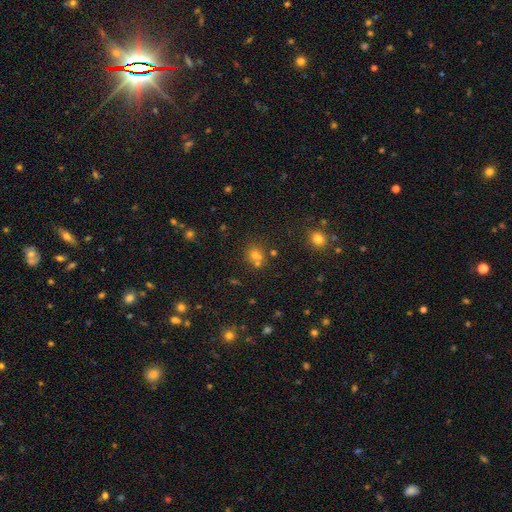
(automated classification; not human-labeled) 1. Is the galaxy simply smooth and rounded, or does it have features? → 60% smooth, 30% star or artifact, 10% featured or disk.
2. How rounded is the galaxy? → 81% round, 18% in between, 1% cigar-shaped.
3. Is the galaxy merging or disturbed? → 61% none, 27% merger, 9% minor disturbance, 4% major disturbance.